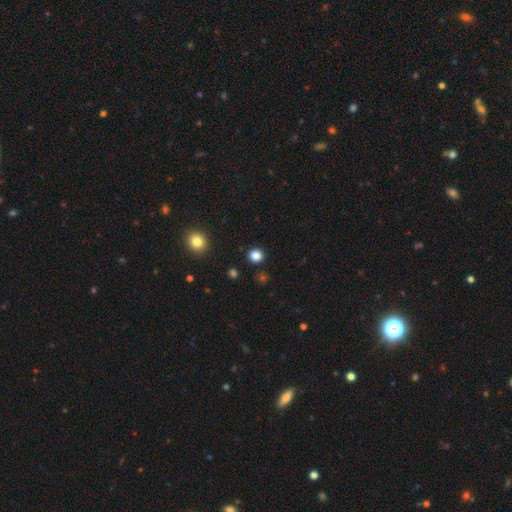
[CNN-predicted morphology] Smooth or featured?
  - smooth: 84% *
  - star or artifact: 13%
  - featured or disk: 3%
How rounded?
  - round: 89% *
  - in between: 10%
  - cigar-shaped: 1%
Merging?
  - none: 91% *
  - minor disturbance: 5%
  - major disturbance: 2%
  - merger: 2%